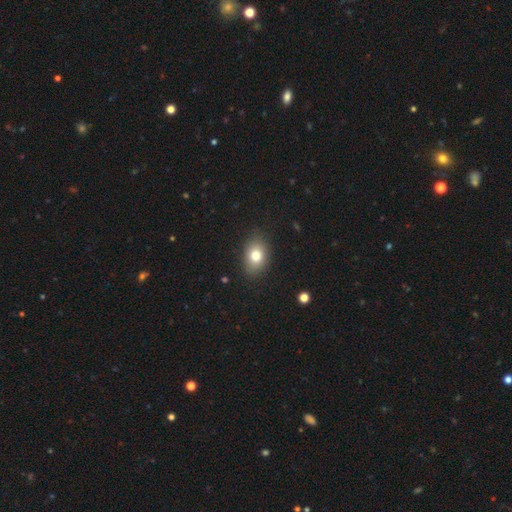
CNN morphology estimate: smooth_or_featured: smooth (p=0.78) [alt: featured or disk p=0.12]
how_rounded: in between (p=0.77) [alt: round p=0.22]
merging: none (p=0.85) [alt: minor disturbance p=0.11]